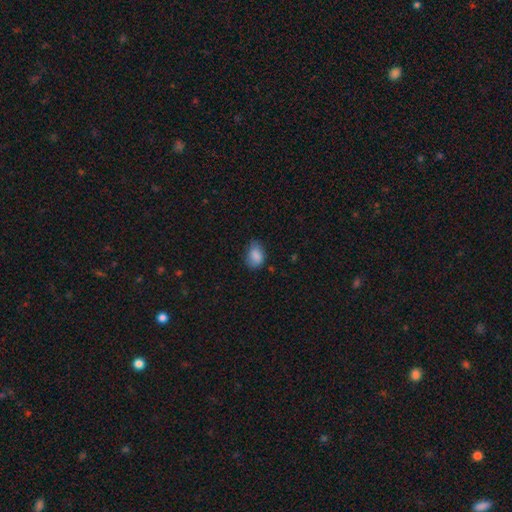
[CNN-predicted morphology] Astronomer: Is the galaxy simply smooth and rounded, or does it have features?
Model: smooth — 86%.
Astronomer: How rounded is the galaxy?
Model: in between — 78%.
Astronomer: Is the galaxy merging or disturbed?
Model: none — 61%.